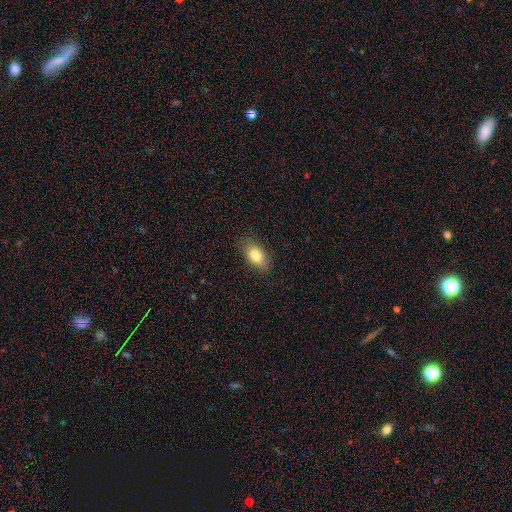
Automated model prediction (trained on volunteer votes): The model was most divided on "smooth or featured": smooth: 80%, featured or disk: 12%, star or artifact: 8%. More confident: how rounded — in between (89%); merging — none (84%).